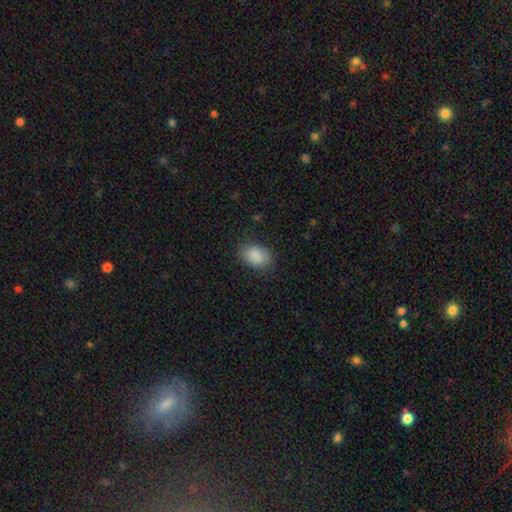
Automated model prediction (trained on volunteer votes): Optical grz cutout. It shows a smooth galaxy with no disk features (87%) that is in between round and cigar-shaped (86%). Merging: none (79%).